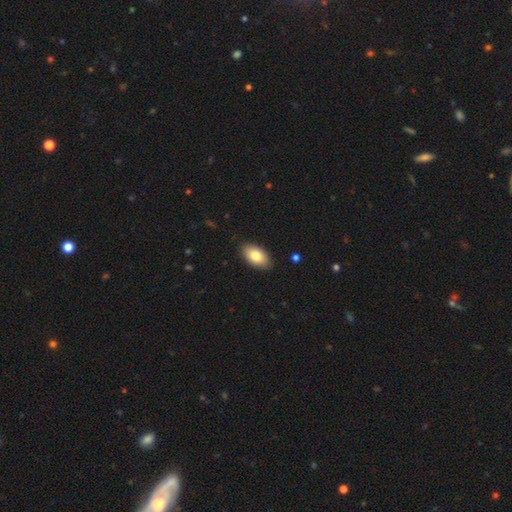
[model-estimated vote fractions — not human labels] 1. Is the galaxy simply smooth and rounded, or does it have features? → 82% smooth, 11% featured or disk, 6% star or artifact.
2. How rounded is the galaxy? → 94% in between, 4% round, 2% cigar-shaped.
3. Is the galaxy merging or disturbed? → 88% none, 9% minor disturbance, 2% major disturbance, 1% merger.